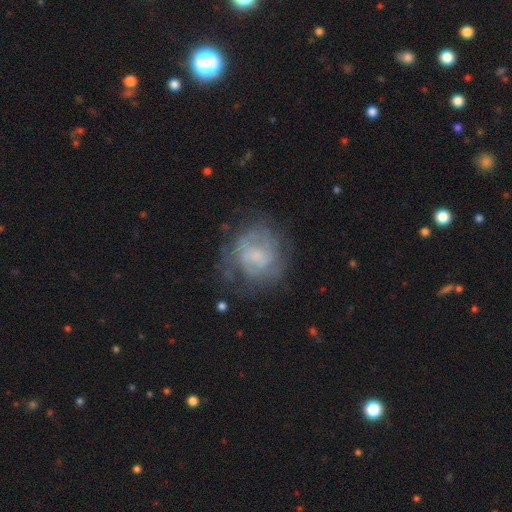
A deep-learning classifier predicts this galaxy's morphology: Smooth or featured? featured or disk (62%)
Edge-on disk? no (98%)
Bar? no (63%)
Spiral arms? yes (62%)
Bulge size? small (45%)
Merging? none (63%)